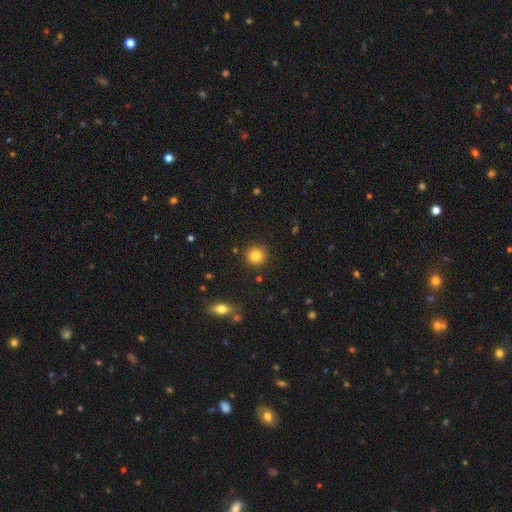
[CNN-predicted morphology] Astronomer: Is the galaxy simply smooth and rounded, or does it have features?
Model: smooth — 84%.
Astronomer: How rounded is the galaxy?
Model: round — 92%.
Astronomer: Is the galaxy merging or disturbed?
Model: none — 88%.